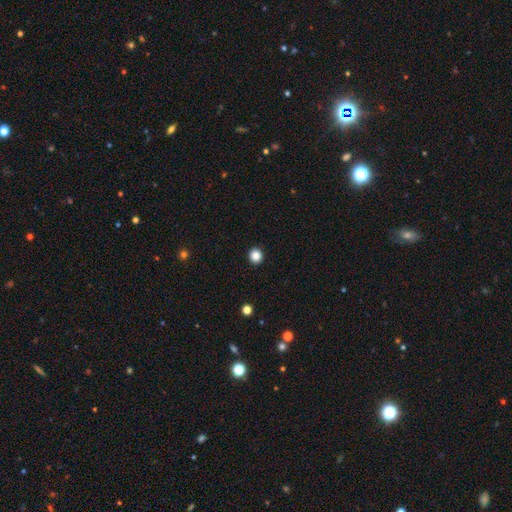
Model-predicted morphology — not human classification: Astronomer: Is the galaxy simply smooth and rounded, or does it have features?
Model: smooth — 86%.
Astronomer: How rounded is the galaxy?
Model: round — 90%.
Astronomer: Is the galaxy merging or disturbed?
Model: none — 93%.